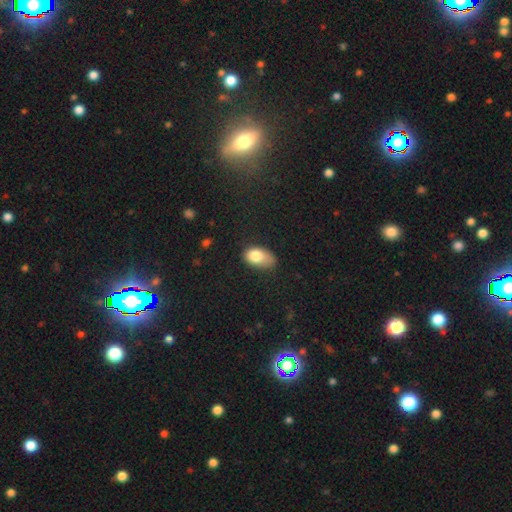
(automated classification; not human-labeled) This appears to be a smooth galaxy with no disk features (80%) that is in between round and cigar-shaped (90%). Merging: none (47%).